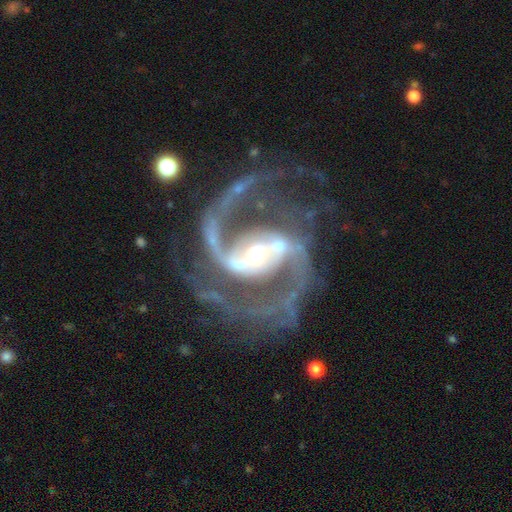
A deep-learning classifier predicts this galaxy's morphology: A featured or disk galaxy (93%) with a strong bar (38%), 2 (84%) medium (59%) spiral arms (98%) and a moderate central bulge (59%).

Vote fractions:
- Smooth or featured? featured or disk: 93% / star or artifact: 5% / smooth: 2%
- Edge-on disk? no: 98% / yes: 2%
- Bar? strong: 38% / weak: 35% / no: 27%
- Spiral arms? yes: 98% / no: 2%
- Spiral winding? medium: 59% / loose: 28% / tight: 13%
- Spiral arm count? 2: 84% / 3: 6% / can't tell: 3% / 1: 2% / 4: 2% / more than 4: 2%
- Bulge size? moderate: 59% / small: 28% / large: 10% / dominant: 1% / none: 1%
- Merging? none: 59% / major disturbance: 19% / minor disturbance: 15% / merger: 7%